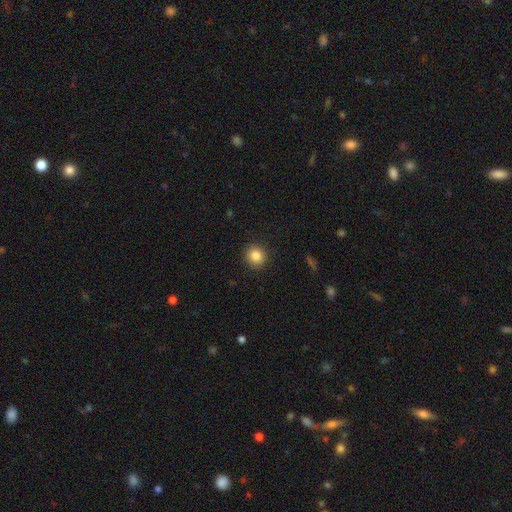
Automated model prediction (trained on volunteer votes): smooth_or_featured: smooth (p=0.86) [alt: star or artifact p=0.10]
how_rounded: round (p=0.91) [alt: in between p=0.08]
merging: none (p=0.91) [alt: minor disturbance p=0.06]